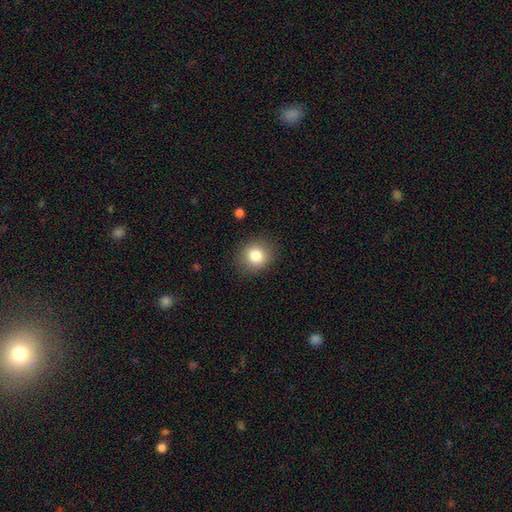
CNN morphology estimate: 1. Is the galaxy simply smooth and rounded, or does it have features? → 82% smooth, 10% star or artifact, 7% featured or disk.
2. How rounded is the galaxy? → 76% round, 23% in between, 1% cigar-shaped.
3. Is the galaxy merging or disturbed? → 87% none, 9% minor disturbance, 3% major disturbance, 1% merger.